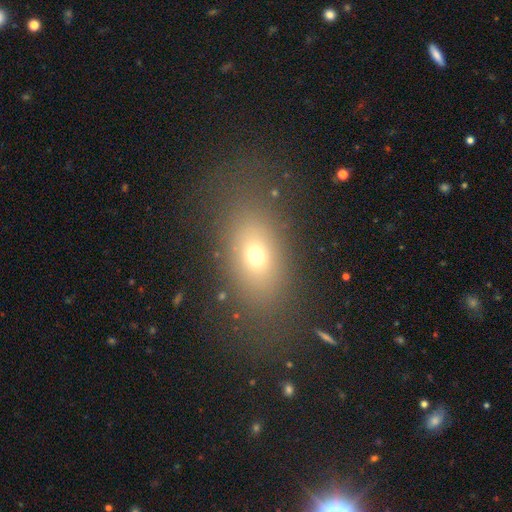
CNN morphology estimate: This is likely a smooth galaxy (66%). How rounded: likely in between (76%). Merging: likely none (78%).